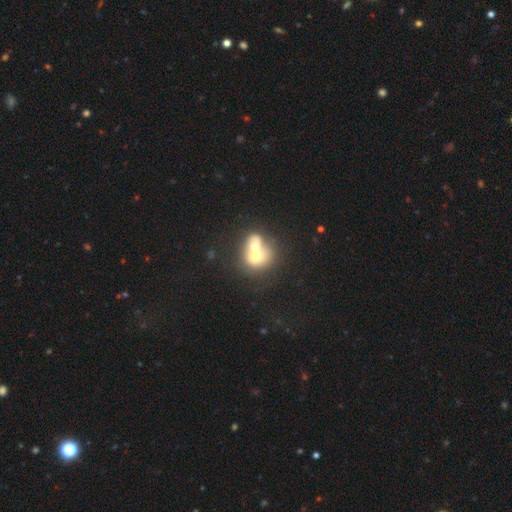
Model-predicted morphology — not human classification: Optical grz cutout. It shows a smooth galaxy with no disk features (61%) that is round (63%). Merging: merger (74%).